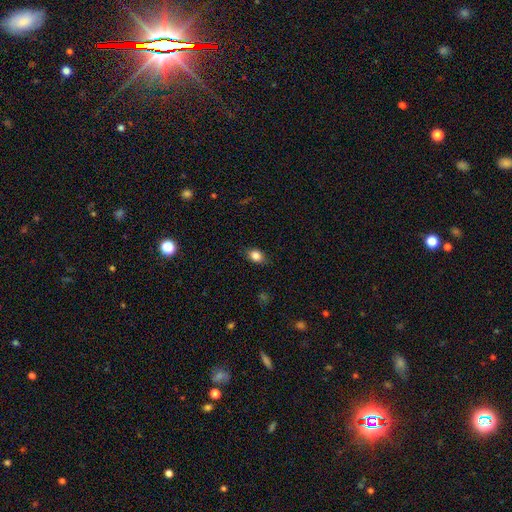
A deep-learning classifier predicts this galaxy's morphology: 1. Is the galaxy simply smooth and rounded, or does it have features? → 83% smooth, 10% star or artifact, 7% featured or disk.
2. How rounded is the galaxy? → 70% in between, 28% round, 2% cigar-shaped.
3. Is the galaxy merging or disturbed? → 80% none, 15% minor disturbance, 3% major disturbance, 1% merger.